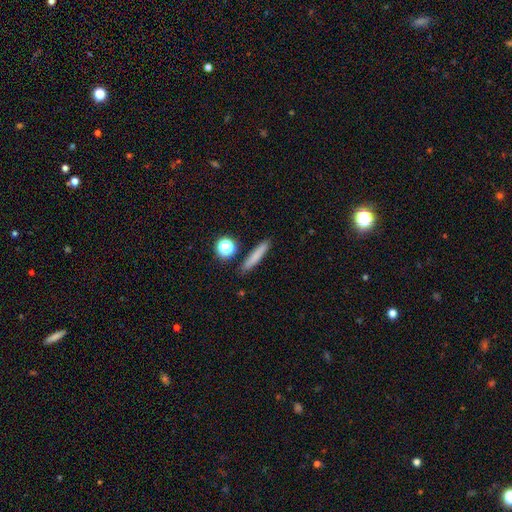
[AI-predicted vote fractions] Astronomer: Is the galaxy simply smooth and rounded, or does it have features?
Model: smooth — 76%.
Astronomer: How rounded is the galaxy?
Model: cigar-shaped — 87%.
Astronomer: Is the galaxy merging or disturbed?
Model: none — 87%.